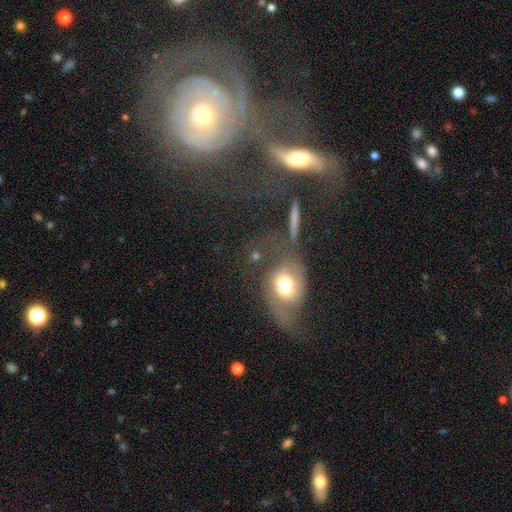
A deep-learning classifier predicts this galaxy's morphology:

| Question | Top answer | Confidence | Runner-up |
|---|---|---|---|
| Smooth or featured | smooth | 48% | featured or disk (37%) |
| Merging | none | 40% | major disturbance (26%) |